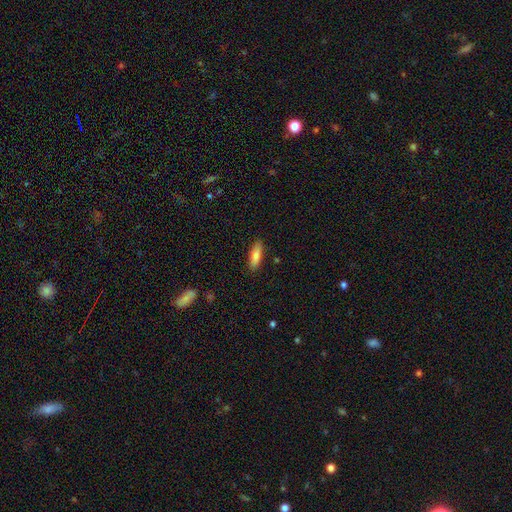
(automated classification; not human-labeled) Smooth or featured?
  - smooth: 80% *
  - featured or disk: 14%
  - star or artifact: 6%
How rounded?
  - cigar-shaped: 54% *
  - in between: 44%
  - round: 2%
Merging?
  - none: 88% *
  - minor disturbance: 9%
  - major disturbance: 2%
  - merger: 1%